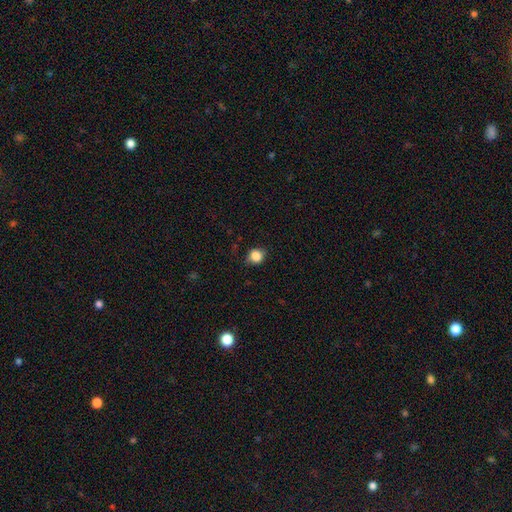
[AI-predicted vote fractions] smooth_or_featured: smooth (p=0.84) [alt: star or artifact p=0.10]
how_rounded: round (p=0.75) [alt: in between p=0.24]
merging: none (p=0.78) [alt: minor disturbance p=0.18]